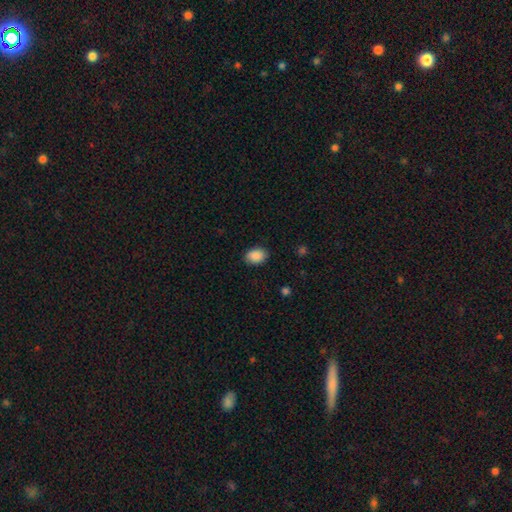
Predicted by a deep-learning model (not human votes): Smooth or featured? Predicted: smooth (p=0.89). How rounded? Predicted: in between (p=0.78). Merging? Predicted: none (p=0.85).